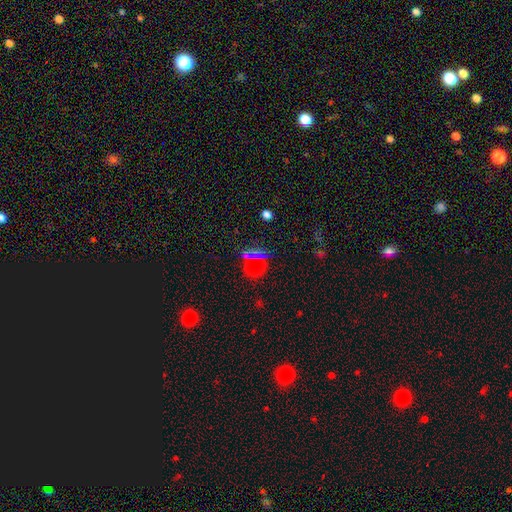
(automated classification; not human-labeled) This is possibly a smooth galaxy (51%). How rounded: likely round (78%). Merging: likely none (78%).